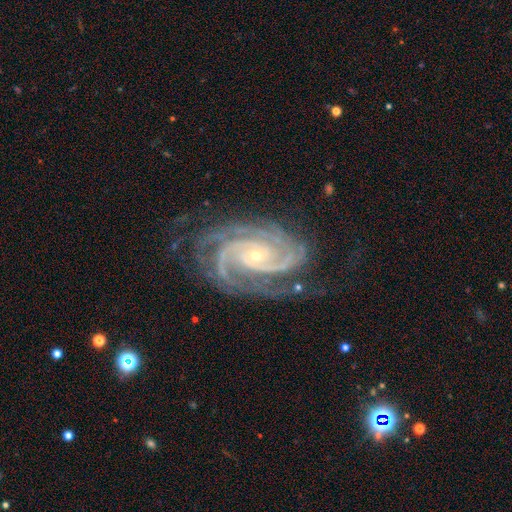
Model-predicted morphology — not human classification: featured or disk 93%, star or artifact 5%, smooth 2%. Down the decision tree: edge-on disk — no (98%); bar — no (64%); spiral arms — yes (99%); spiral arm count — 3 (33%); spiral winding — tight (72%); bulge size — small (78%); merging — none (72%).